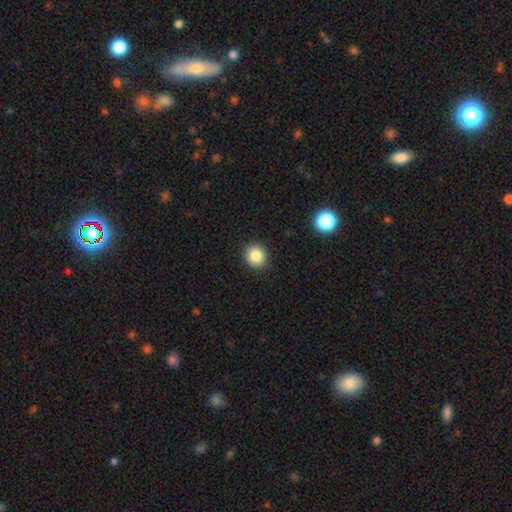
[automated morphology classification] This appears to be a smooth galaxy with no disk features (85%) that is round (87%). Merging: none (92%).